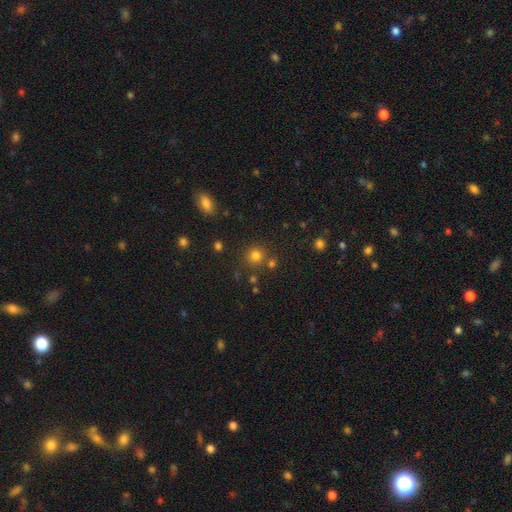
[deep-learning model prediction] smooth_or_featured: smooth (p=0.77) [alt: star or artifact p=0.17]
how_rounded: round (p=0.91) [alt: in between p=0.08]
merging: none (p=0.77) [alt: merger p=0.11]